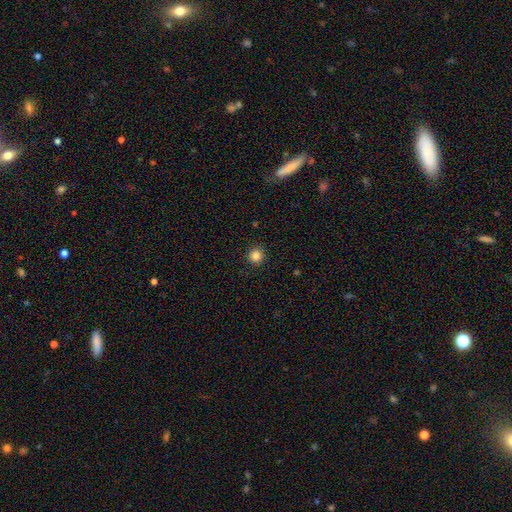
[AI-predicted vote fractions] Q: Smooth or featured?
A: smooth (85%); runner-up: star or artifact (11%)
Q: How rounded?
A: round (94%); runner-up: in between (5%)
Q: Merging?
A: none (92%); runner-up: minor disturbance (5%)